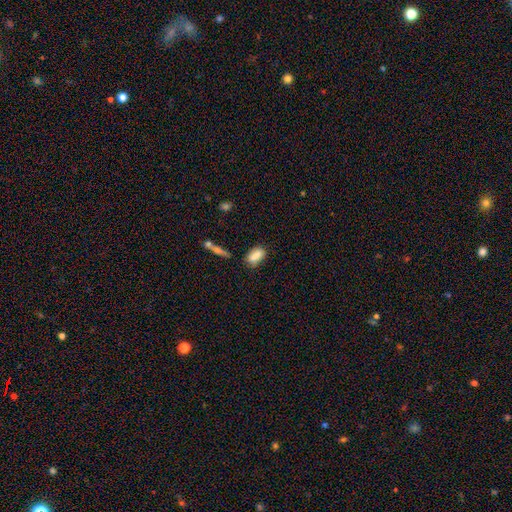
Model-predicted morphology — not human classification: smooth-or-featured: smooth: 83% | featured or disk: 9% | star or artifact: 8%
  how-rounded: in between: 82% | cigar-shaped: 13% | round: 5%
  merging: none: 72% | minor disturbance: 18% | merger: 5% | major disturbance: 4%